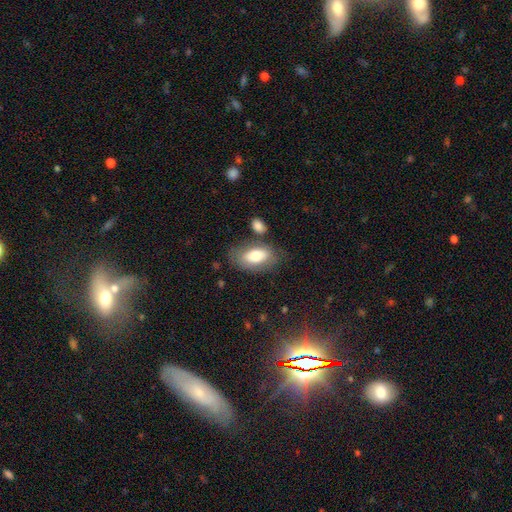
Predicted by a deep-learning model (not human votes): smooth-or-featured: smooth: 72% | featured or disk: 21% | star or artifact: 7%
  how-rounded: in between: 92% | round: 5% | cigar-shaped: 3%
  merging: none: 65% | minor disturbance: 18% | merger: 10% | major disturbance: 7%